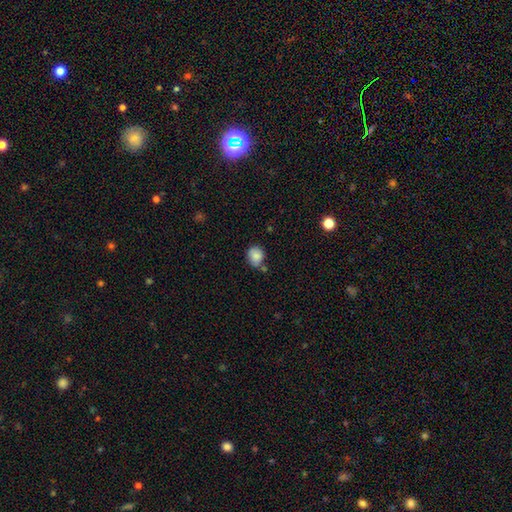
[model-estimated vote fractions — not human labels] The model was most divided on "how rounded": round: 68%, in between: 31%, cigar-shaped: 1%. More confident: smooth or featured — smooth (85%); merging — none (61%).